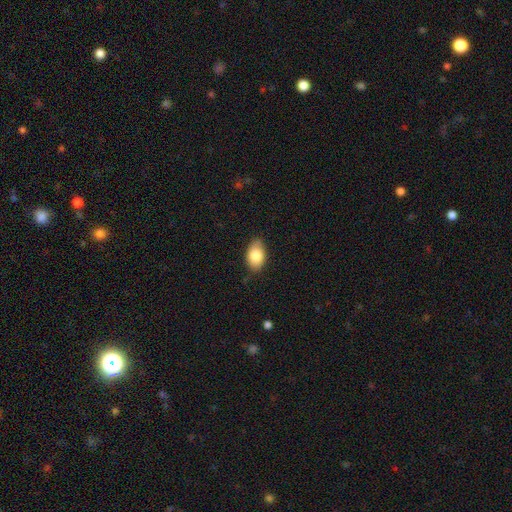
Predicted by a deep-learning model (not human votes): Overall: smooth (83%). How rounded: in between (90%). Merging: none (78%).